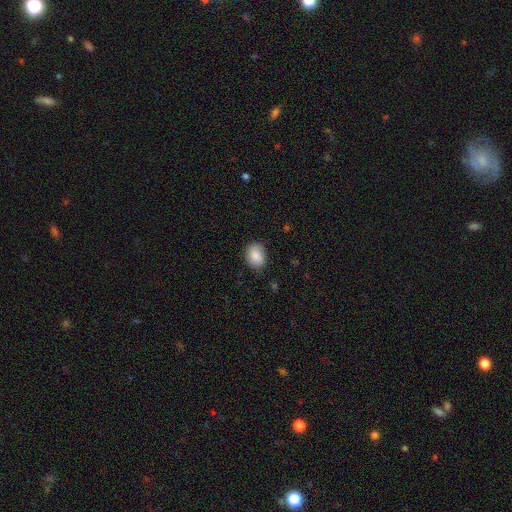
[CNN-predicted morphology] Overall: smooth (86%). How rounded: in between (62%; round 37%). Merging: none (79%).